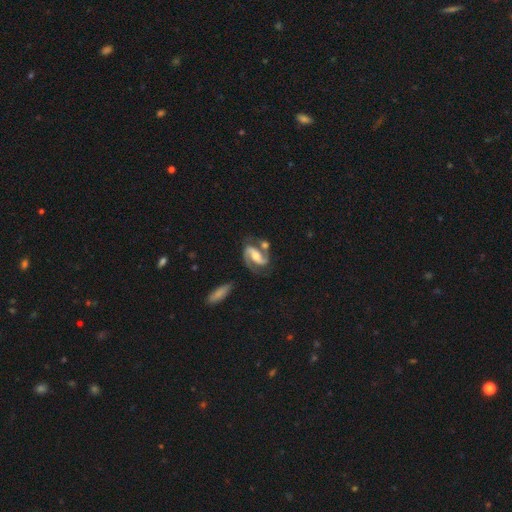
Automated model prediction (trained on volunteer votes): smooth-or-featured: featured or disk: 87% | smooth: 8% | star or artifact: 5%
  disk-edge-on: no: 96% | yes: 4%
    bar: strong: 42% | weak: 33% | no: 25%
    has-spiral-arms: yes: 97% | no: 3%
      spiral-winding: medium: 55% | loose: 23% | tight: 22%
      spiral-arm-count: 2: 91% | 1: 3% | can't tell: 2% | 3: 1% | 4: 1% | more than 4: 1%
    bulge-size: moderate: 57% | small: 28% | large: 9% | none: 4% | dominant: 1%
  merging: none: 61% | minor disturbance: 16% | merger: 15% | major disturbance: 8%